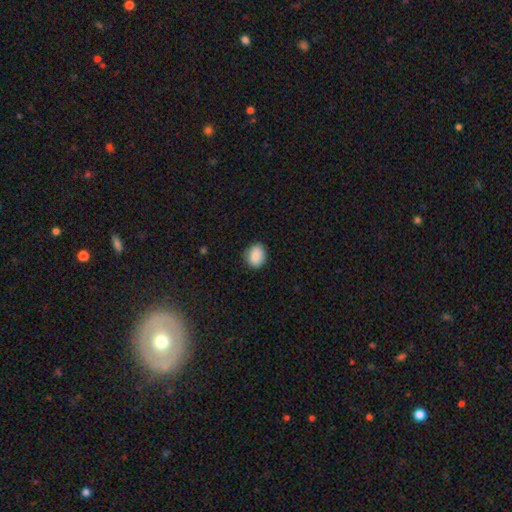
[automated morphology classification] A smooth galaxy with no disk features (87%) that is round (55%). Merging: none (85%).